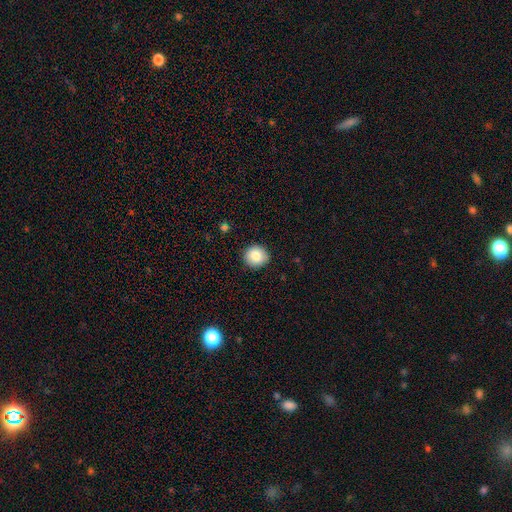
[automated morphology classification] A smooth galaxy with no disk features (85%) that is round (90%). Merging: none (90%).